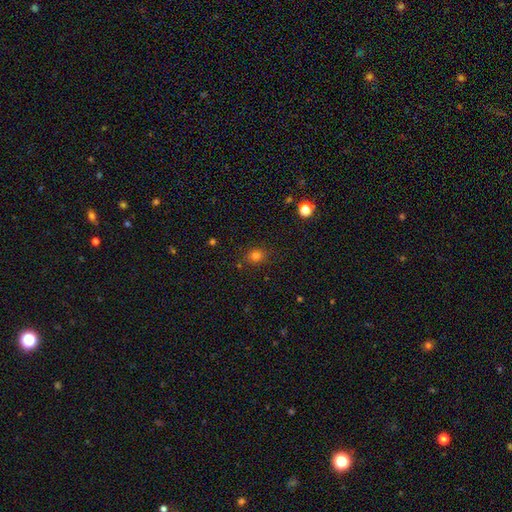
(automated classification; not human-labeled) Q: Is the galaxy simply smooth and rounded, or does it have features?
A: smooth — 77%.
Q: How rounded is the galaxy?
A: round — 73%.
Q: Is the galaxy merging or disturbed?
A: none — 86%.